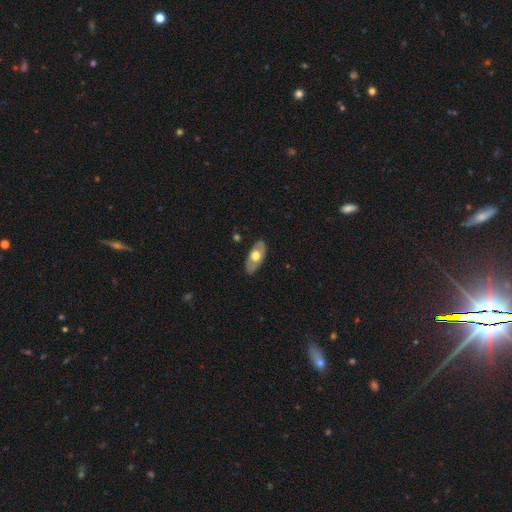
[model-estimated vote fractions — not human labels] Smooth or featured: smooth — 48% (featured or disk — 47%)
Merging: none — 83% (minor disturbance — 13%)